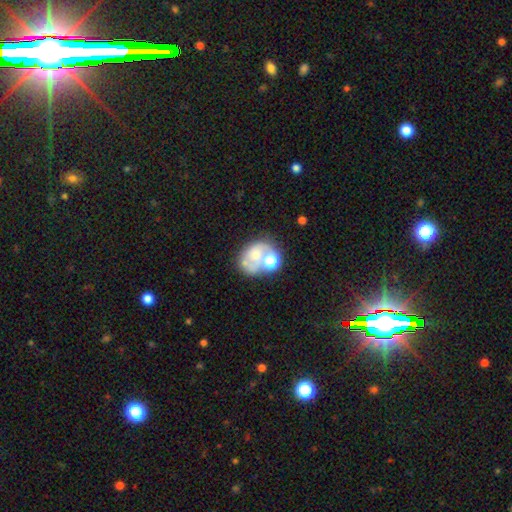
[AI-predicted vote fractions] Morphology: type=featured or disk (44%); merging=merger (37%).